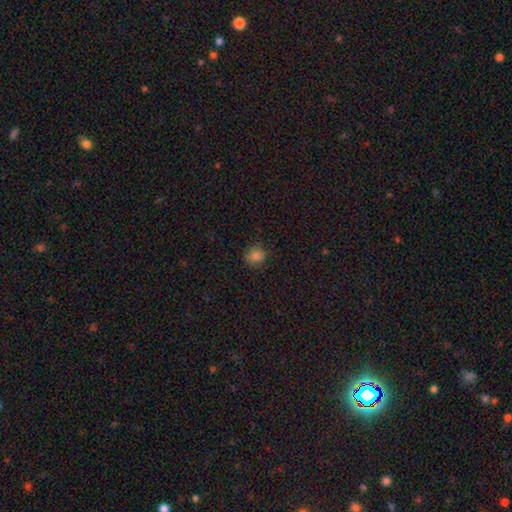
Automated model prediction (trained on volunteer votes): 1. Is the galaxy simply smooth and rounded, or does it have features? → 81% smooth, 13% star or artifact, 6% featured or disk.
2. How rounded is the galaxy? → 83% round, 16% in between, 1% cigar-shaped.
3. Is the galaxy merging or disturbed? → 85% none, 12% minor disturbance, 2% major disturbance, 1% merger.